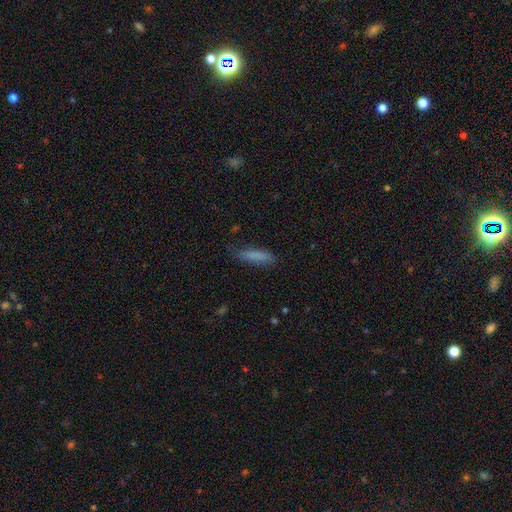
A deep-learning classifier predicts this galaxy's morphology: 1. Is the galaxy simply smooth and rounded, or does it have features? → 82% smooth, 11% featured or disk, 7% star or artifact.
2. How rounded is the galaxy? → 74% cigar-shaped, 24% in between, 2% round.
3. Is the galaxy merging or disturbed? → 77% none, 18% minor disturbance, 4% major disturbance, 2% merger.